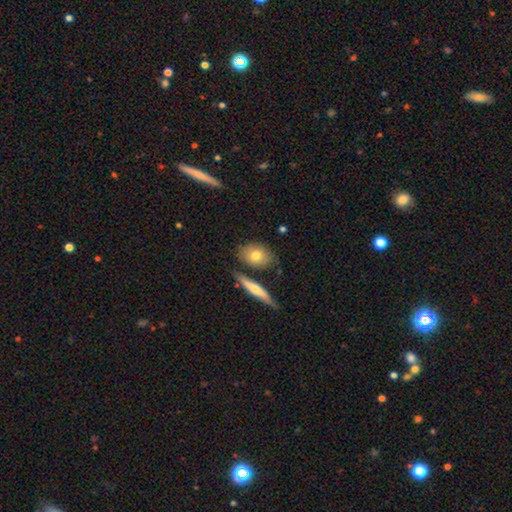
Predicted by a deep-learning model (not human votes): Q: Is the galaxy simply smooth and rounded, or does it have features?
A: smooth — 73%.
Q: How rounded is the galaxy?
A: in between — 61%.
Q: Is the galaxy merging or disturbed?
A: none — 72%.